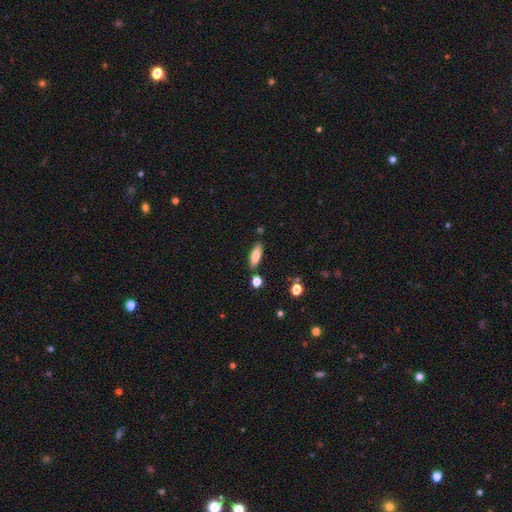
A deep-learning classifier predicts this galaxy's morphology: smooth-or-featured: smooth: 79% | featured or disk: 14% | star or artifact: 7%
  how-rounded: in between: 58% | cigar-shaped: 39% | round: 2%
  merging: none: 82% | minor disturbance: 11% | merger: 5% | major disturbance: 2%